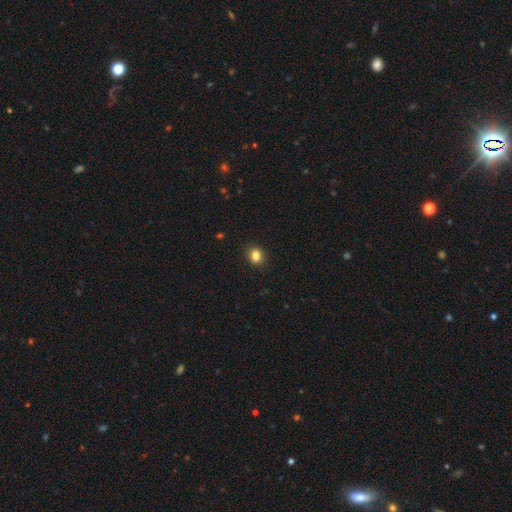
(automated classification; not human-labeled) Smooth or featured: smooth — 84% (star or artifact — 11%)
How rounded: round — 54% (in between — 45%)
Merging: none — 91% (minor disturbance — 7%)